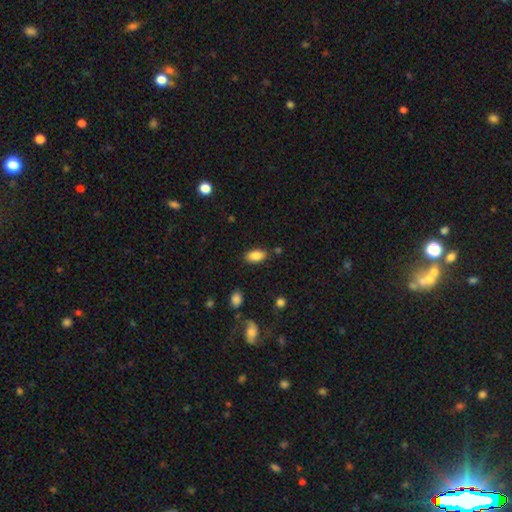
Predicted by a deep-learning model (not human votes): smooth_or_featured: smooth (p=0.85) [alt: star or artifact p=0.08]
how_rounded: in between (p=0.92) [alt: cigar-shaped p=0.05]
merging: none (p=0.81) [alt: minor disturbance p=0.12]